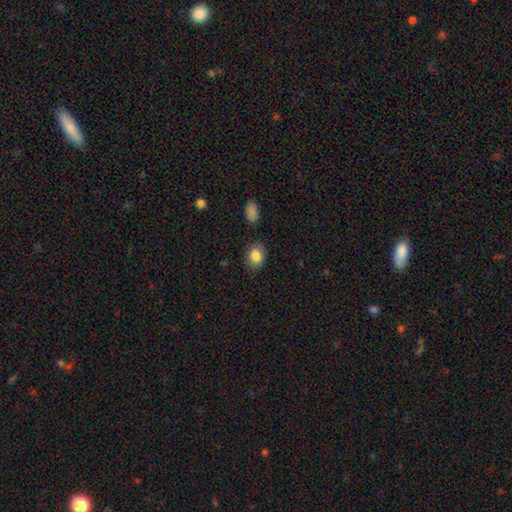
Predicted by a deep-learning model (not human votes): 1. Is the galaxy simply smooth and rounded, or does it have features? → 84% smooth, 8% star or artifact, 8% featured or disk.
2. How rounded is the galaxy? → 71% in between, 28% round, 1% cigar-shaped.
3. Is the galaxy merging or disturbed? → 80% none, 14% minor disturbance, 3% major disturbance, 2% merger.